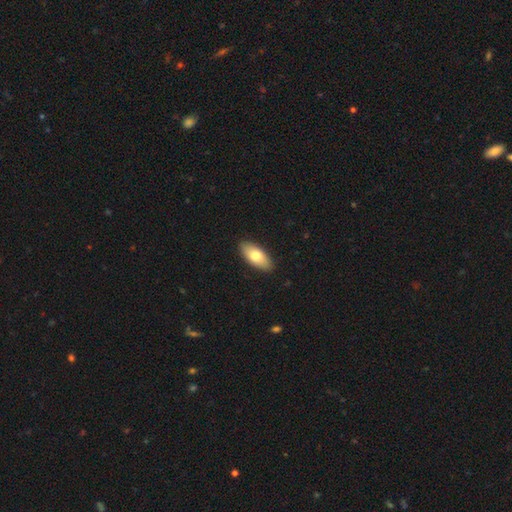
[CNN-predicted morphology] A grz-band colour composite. It shows a smooth galaxy with no disk features (73%) that is in between round and cigar-shaped (88%). Merging: none (90%).